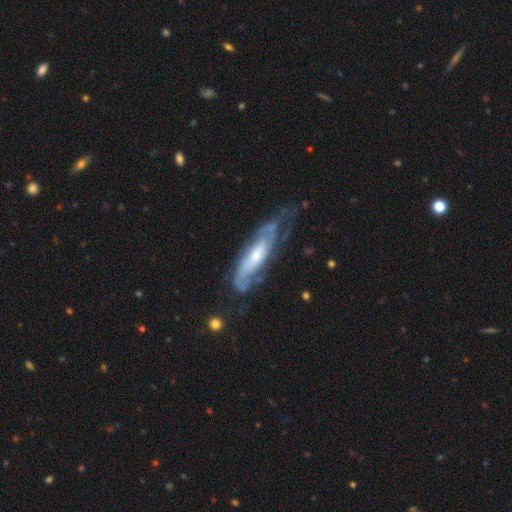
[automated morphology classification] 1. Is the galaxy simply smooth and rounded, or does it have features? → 78% featured or disk, 17% smooth, 6% star or artifact.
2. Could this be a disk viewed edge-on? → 79% no, 21% yes.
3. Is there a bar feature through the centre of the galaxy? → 58% no, 30% weak, 12% strong.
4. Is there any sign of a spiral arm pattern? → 89% yes, 11% no.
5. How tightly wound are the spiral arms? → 48% tight, 37% medium, 15% loose.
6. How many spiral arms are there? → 43% 2, 39% can't tell, 7% 3, 6% 1, 3% 4, 2% more than 4.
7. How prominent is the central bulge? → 51% small, 39% moderate, 5% large, 3% none, 1% dominant.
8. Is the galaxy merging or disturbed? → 51% none, 25% minor disturbance, 21% major disturbance, 3% merger.